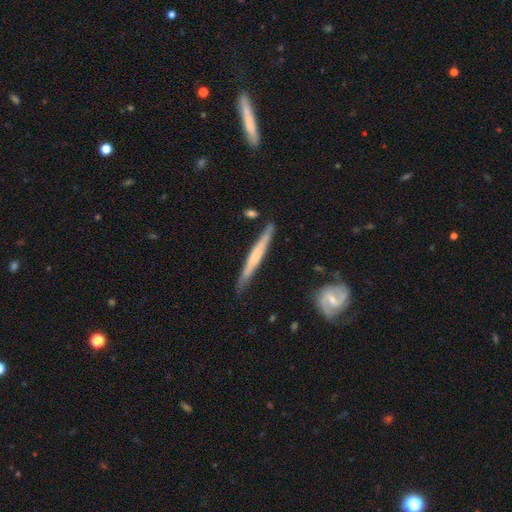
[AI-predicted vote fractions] Q: Smooth or featured?
A: featured or disk (60%); runner-up: smooth (35%)
Q: Edge-on disk?
A: yes (94%); runner-up: no (6%)
Q: Edge-on bulge?
A: none (53%); runner-up: rounded (34%)
Q: Merging?
A: none (84%); runner-up: minor disturbance (12%)